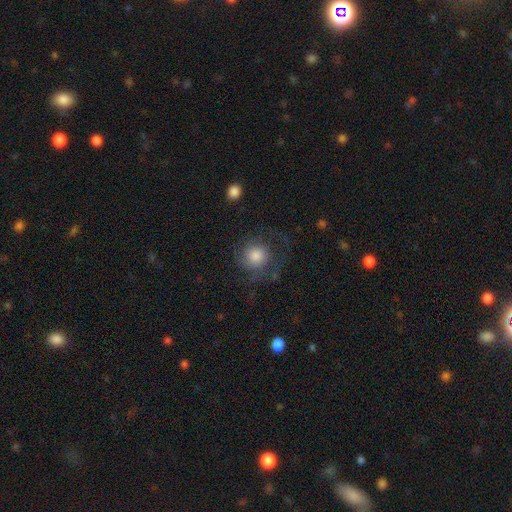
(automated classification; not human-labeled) Smooth or featured? featured or disk (50%)
Merging? none (64%)